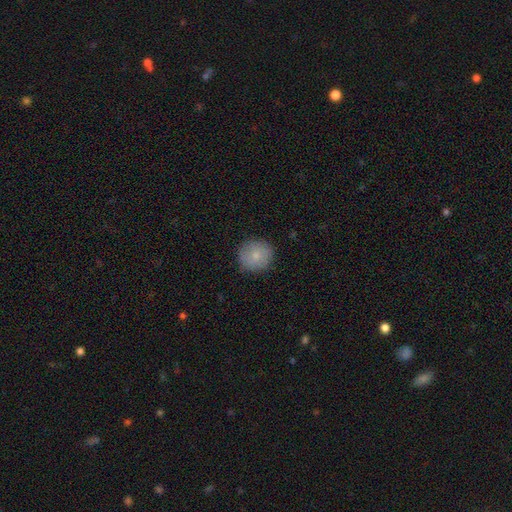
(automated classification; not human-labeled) This is clearly a smooth galaxy (81%). How rounded: clearly round (90%). Merging: clearly none (86%).